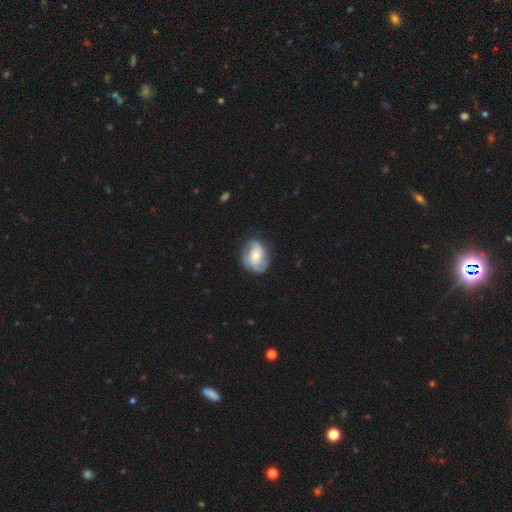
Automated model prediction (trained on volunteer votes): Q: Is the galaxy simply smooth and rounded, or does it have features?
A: featured or disk — 64%.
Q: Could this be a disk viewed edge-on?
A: no — 97%.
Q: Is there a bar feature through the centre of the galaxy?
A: no — 71%.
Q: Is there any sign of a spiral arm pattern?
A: yes — 85%.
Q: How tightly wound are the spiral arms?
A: tight — 43%.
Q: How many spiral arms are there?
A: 2 — 33%.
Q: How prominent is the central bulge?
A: moderate — 56%.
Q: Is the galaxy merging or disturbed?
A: none — 68%.